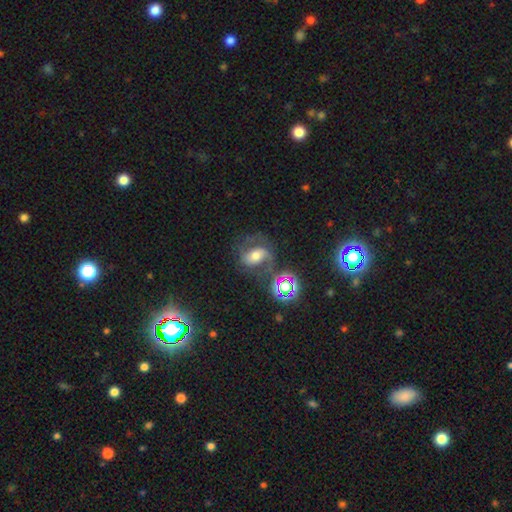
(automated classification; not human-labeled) Smooth or featured? featured or disk (56%)
Edge-on disk? no (96%)
Bar? weak (38%)
Spiral arms? yes (85%)
Bulge size? moderate (58%)
Merging? none (54%)